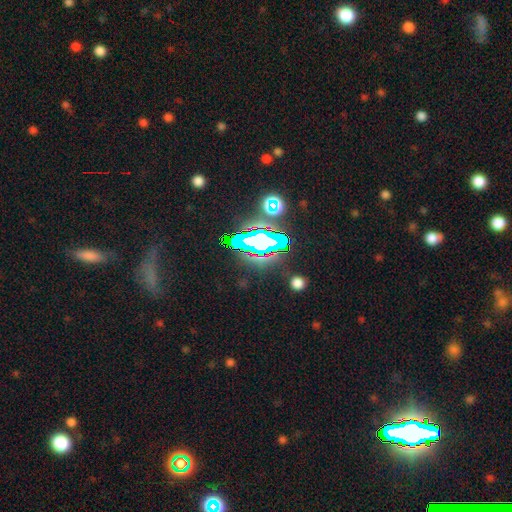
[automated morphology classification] star or artifact 65%, featured or disk 18%, smooth 17%.